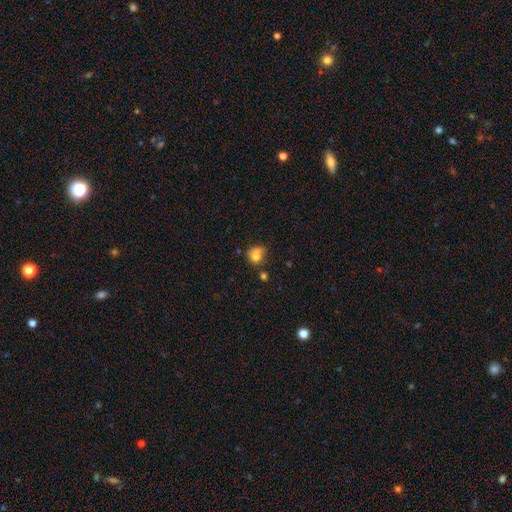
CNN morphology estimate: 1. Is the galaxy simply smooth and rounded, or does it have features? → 73% smooth, 15% featured or disk, 12% star or artifact.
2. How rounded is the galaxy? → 62% round, 37% in between, 1% cigar-shaped.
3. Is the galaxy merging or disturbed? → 39% none, 30% minor disturbance, 17% major disturbance, 15% merger.